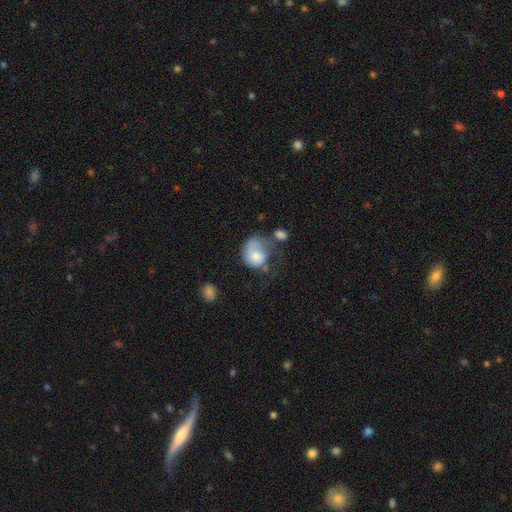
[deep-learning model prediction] A smooth galaxy with no disk features (58%) that is round (56%). Merging: major disturbance (47%).